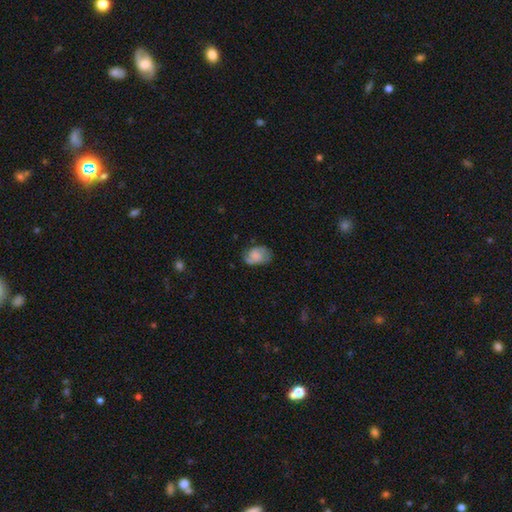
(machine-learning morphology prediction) smooth 60%, featured or disk 31%, star or artifact 9%. Down the decision tree: how rounded — in between (82%); merging — none (58%).